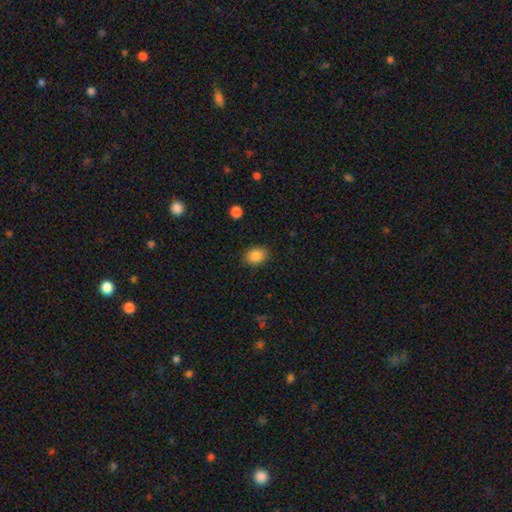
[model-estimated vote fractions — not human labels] Morphology: type=smooth (86%); roundness=in between (61%); merging=none (87%).